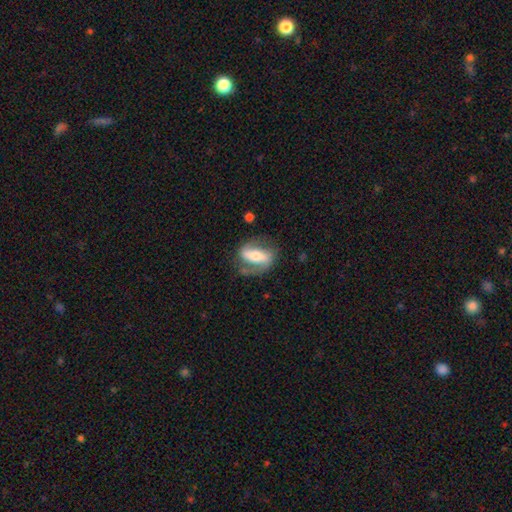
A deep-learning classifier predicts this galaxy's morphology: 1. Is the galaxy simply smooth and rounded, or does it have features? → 68% featured or disk, 27% smooth, 6% star or artifact.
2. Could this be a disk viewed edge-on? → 87% no, 13% yes.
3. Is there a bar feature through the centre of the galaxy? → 60% strong, 21% weak, 20% no.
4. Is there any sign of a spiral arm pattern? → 75% yes, 25% no.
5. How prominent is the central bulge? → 60% moderate, 26% small, 10% large, 2% dominant, 2% none.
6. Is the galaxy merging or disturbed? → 67% none, 19% minor disturbance, 11% major disturbance, 2% merger.